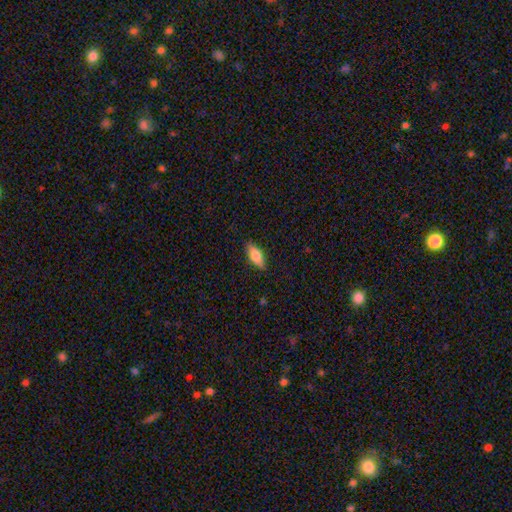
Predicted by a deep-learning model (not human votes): Smooth or featured?
  - smooth: 62% *
  - featured or disk: 31%
  - star or artifact: 7%
How rounded?
  - in between: 68% *
  - cigar-shaped: 29%
  - round: 3%
Merging?
  - none: 87% *
  - minor disturbance: 10%
  - major disturbance: 2%
  - merger: 1%